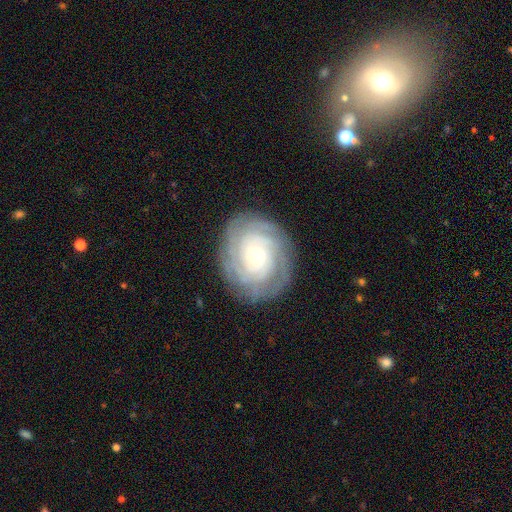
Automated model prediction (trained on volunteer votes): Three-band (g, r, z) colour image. It shows a featured or disk galaxy (85%) with no bar (76%), tight (81%) spiral arms (96%) and a small central bulge (49%). Merging: none (83%).